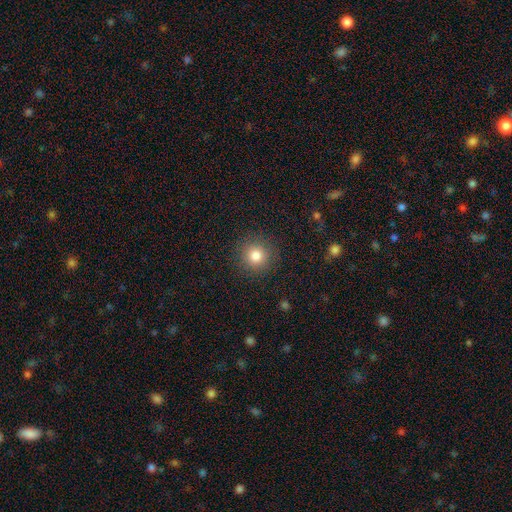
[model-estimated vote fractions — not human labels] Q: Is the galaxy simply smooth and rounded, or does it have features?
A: smooth — 81%.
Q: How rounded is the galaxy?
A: round — 94%.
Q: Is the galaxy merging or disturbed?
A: none — 90%.